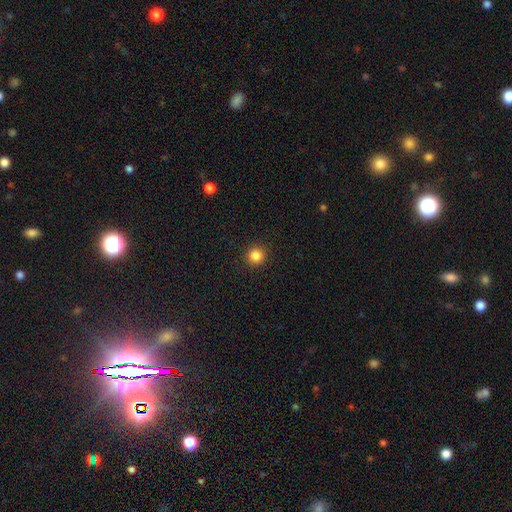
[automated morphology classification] Overall: smooth (85%). How rounded: round (94%). Merging: none (93%).